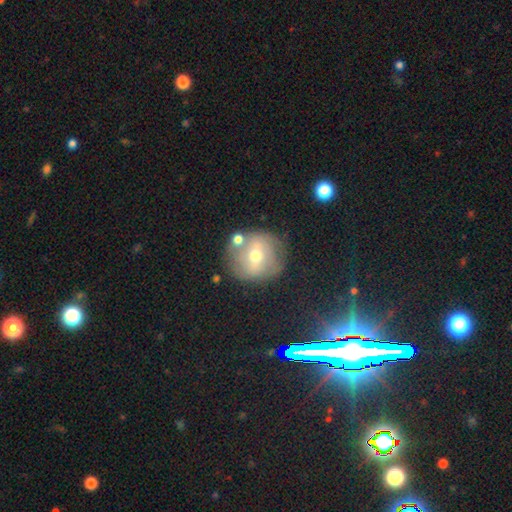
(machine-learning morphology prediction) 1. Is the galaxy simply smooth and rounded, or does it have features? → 49% featured or disk, 39% smooth, 11% star or artifact.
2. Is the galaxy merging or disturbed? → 67% none, 16% minor disturbance, 10% merger, 7% major disturbance.